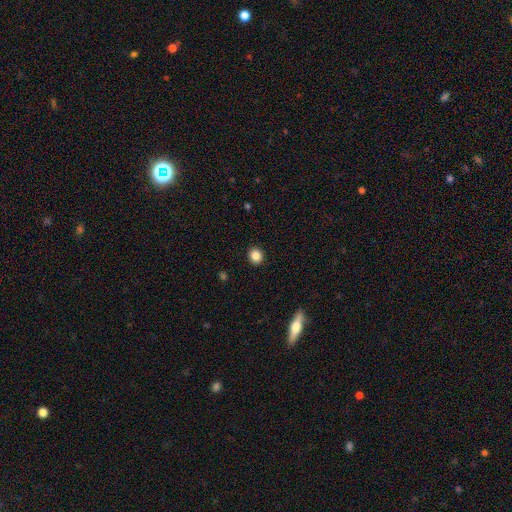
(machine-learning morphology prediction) Q: Smooth or featured?
A: smooth (85%); runner-up: star or artifact (10%)
Q: How rounded?
A: round (83%); runner-up: in between (16%)
Q: Merging?
A: none (92%); runner-up: minor disturbance (5%)